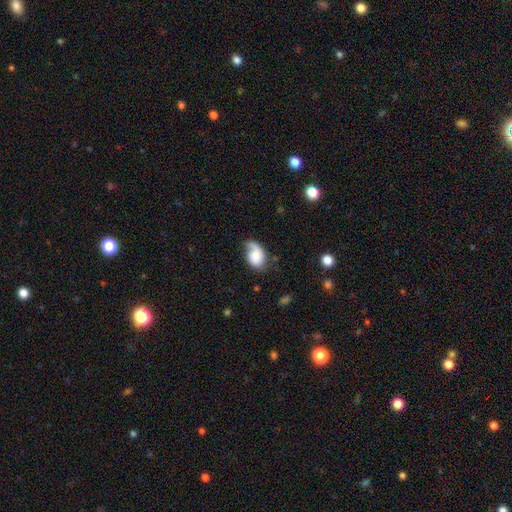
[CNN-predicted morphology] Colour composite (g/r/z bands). It shows a smooth galaxy with no disk features (53%) that is in between round and cigar-shaped (83%). Merging: none (43%).